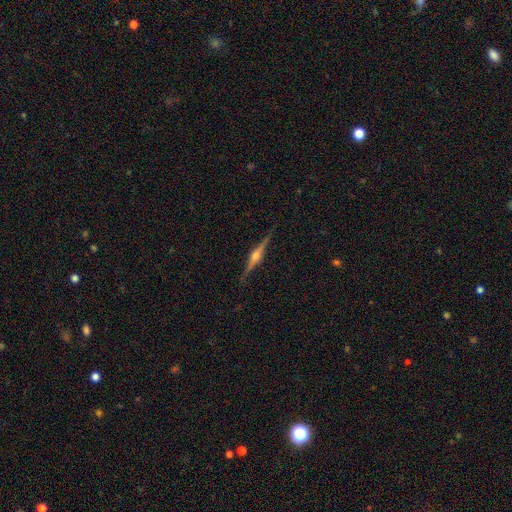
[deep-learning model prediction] A featured or disk galaxy (86%) viewed edge-on (98%) with a rounded central bulge (93%).

Vote fractions:
- Smooth or featured? featured or disk: 86% / smooth: 9% / star or artifact: 6%
- Edge-on disk? yes: 98% / no: 2%
- Edge-on bulge? rounded: 93% / boxy: 5% / none: 2%
- Merging? none: 90% / minor disturbance: 8% / major disturbance: 1% / merger: 1%